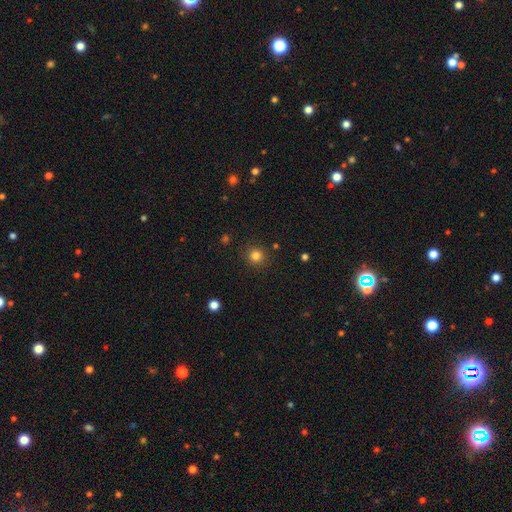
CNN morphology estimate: Q: Smooth or featured?
A: smooth (82%); runner-up: star or artifact (14%)
Q: How rounded?
A: round (92%); runner-up: in between (7%)
Q: Merging?
A: none (90%); runner-up: minor disturbance (6%)